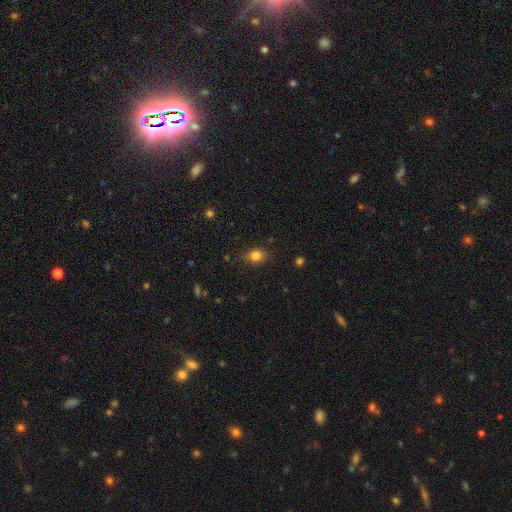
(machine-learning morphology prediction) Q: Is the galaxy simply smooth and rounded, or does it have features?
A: smooth — 83%.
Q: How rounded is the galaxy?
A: in between — 58%.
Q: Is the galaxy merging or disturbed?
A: none — 85%.